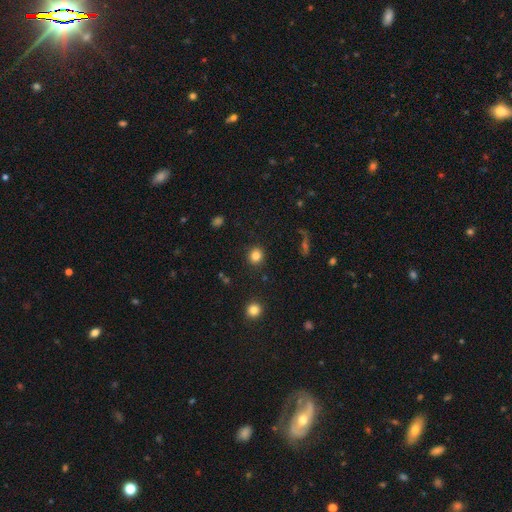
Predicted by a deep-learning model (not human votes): This is clearly a smooth galaxy (83%). How rounded: clearly round (83%). Merging: clearly none (90%).